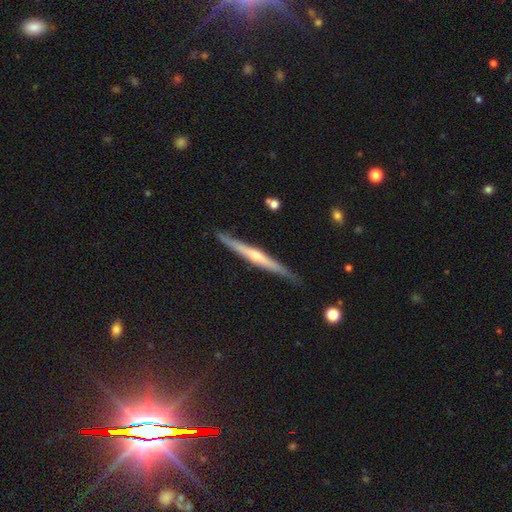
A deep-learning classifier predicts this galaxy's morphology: type=featured or disk (77%); edge-on=yes (98%); edge-on bulge=rounded (74%); merging=none (89%).